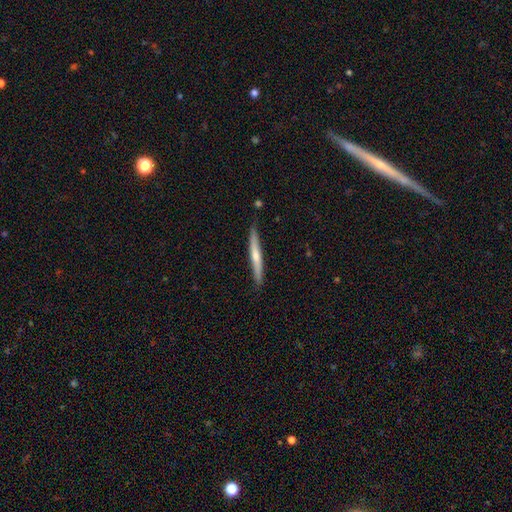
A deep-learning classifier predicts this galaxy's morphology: Smooth or featured? Predicted: featured or disk (p=0.48). Merging? Predicted: none (p=0.86).